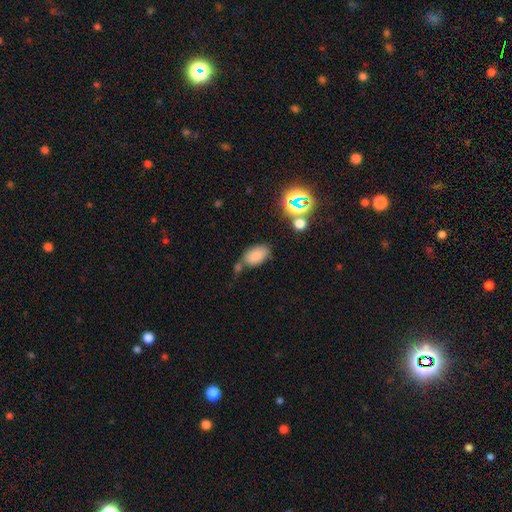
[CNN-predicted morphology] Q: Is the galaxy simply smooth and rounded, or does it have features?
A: smooth — 81%.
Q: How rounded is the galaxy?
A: in between — 92%.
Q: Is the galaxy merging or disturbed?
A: none — 60%.